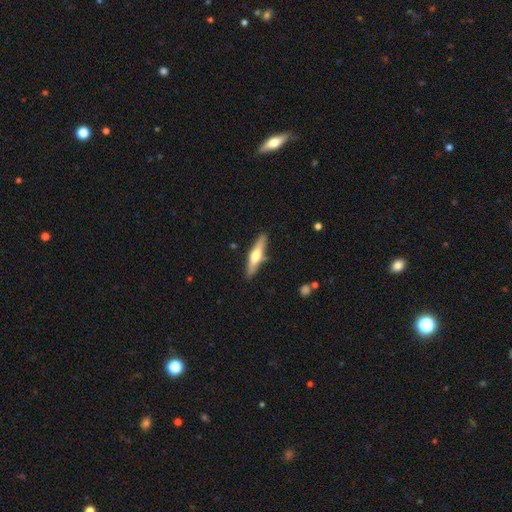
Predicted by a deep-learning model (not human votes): A smooth galaxy with no disk features (48%). Merging: none (85%).